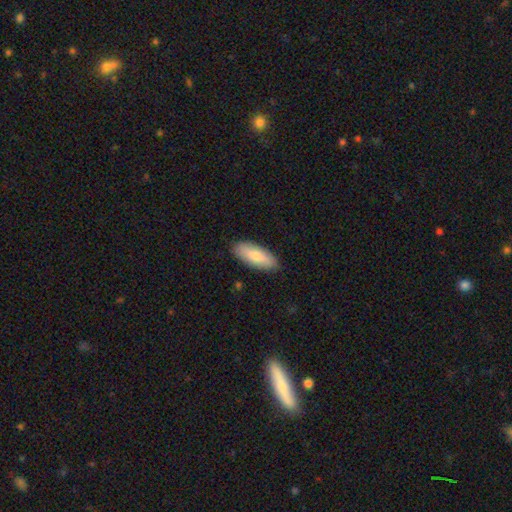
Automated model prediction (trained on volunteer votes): smooth-or-featured: smooth: 79% | featured or disk: 16% | star or artifact: 5%
  how-rounded: in between: 75% | cigar-shaped: 23% | round: 2%
  merging: none: 89% | minor disturbance: 9% | major disturbance: 2% | merger: 1%